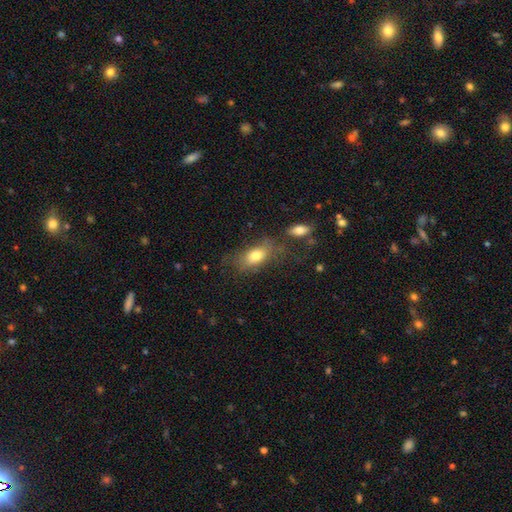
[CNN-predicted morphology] Smooth or featured? smooth (75%)
How rounded? in between (86%)
Merging? none (57%)